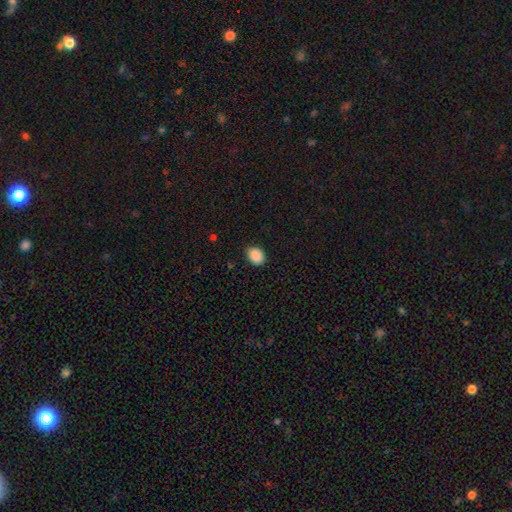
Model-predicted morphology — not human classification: A smooth galaxy with no disk features (90%) that is in between round and cigar-shaped (64%). Merging: none (88%).